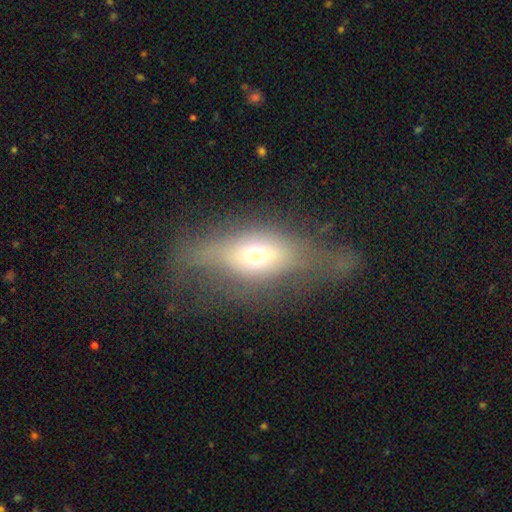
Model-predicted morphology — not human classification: Smooth or featured?
  - smooth: 46% *
  - featured or disk: 42%
  - star or artifact: 12%
Merging?
  - none: 37% *
  - major disturbance: 36%
  - minor disturbance: 23%
  - merger: 3%